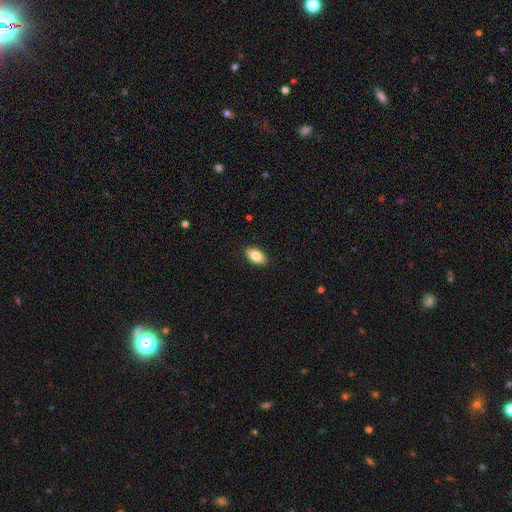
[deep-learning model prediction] Smooth or featured? Predicted: smooth (p=0.84). How rounded? Predicted: in between (p=0.93). Merging? Predicted: none (p=0.89).